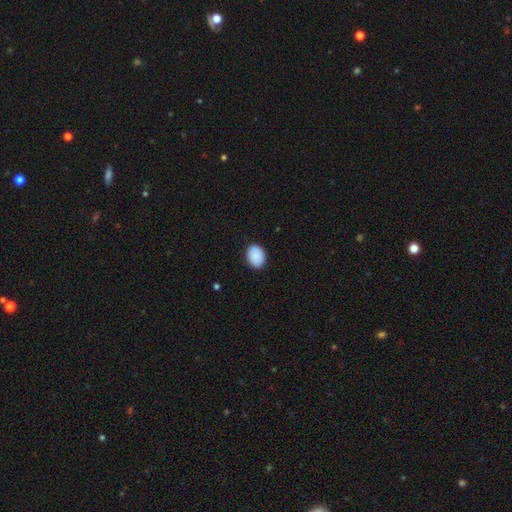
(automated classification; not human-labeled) smooth-or-featured: smooth: 90% | star or artifact: 7% | featured or disk: 4%
  how-rounded: in between: 68% | round: 31% | cigar-shaped: 1%
  merging: none: 87% | minor disturbance: 10% | major disturbance: 2% | merger: 1%